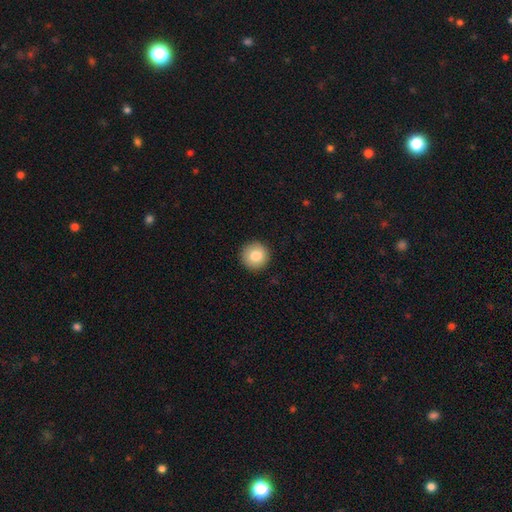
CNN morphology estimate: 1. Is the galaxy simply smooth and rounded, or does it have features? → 84% smooth, 8% star or artifact, 8% featured or disk.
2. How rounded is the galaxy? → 96% round, 4% in between, 1% cigar-shaped.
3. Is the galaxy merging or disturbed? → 92% none, 5% minor disturbance, 2% major disturbance, 1% merger.